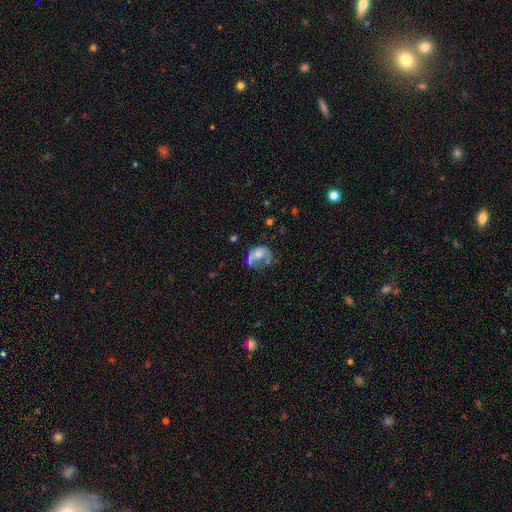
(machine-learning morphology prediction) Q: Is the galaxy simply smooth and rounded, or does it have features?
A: smooth — 50%.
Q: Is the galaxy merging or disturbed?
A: major disturbance — 40%.